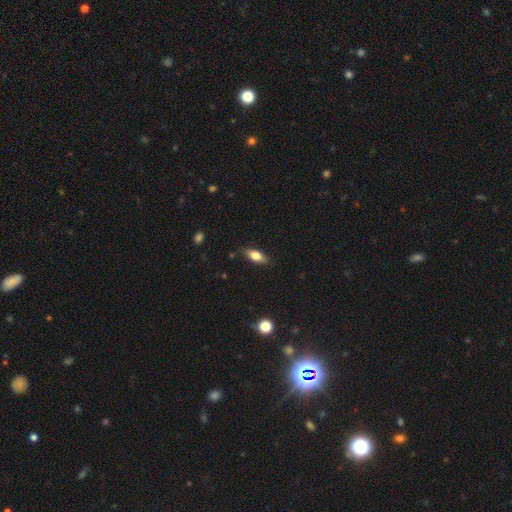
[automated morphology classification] Smooth or featured?
  - smooth: 76% *
  - featured or disk: 17%
  - star or artifact: 7%
How rounded?
  - in between: 81% *
  - cigar-shaped: 15%
  - round: 4%
Merging?
  - none: 82% *
  - minor disturbance: 14%
  - major disturbance: 3%
  - merger: 1%